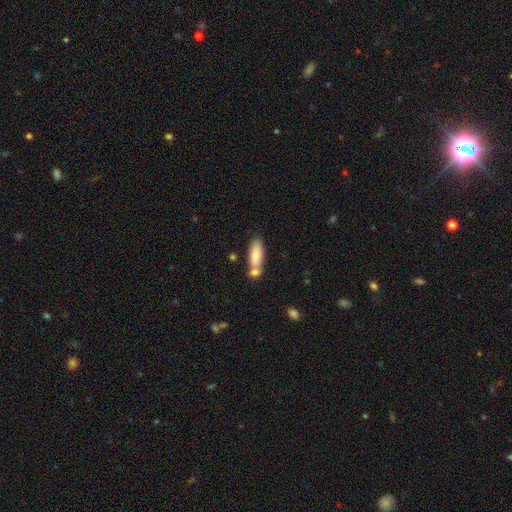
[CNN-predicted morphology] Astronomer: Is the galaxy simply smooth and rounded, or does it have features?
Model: smooth — 79%.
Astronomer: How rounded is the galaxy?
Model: in between — 72%.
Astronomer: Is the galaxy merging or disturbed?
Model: none — 48% (runner-up: merger, 36%).